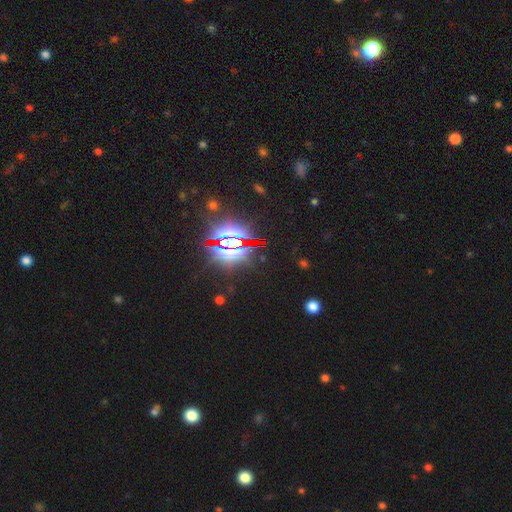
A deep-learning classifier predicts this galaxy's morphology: A star or artifact, not a galaxy (85%).

Vote fractions:
- Smooth or featured? star or artifact: 85% / smooth: 8% / featured or disk: 6%